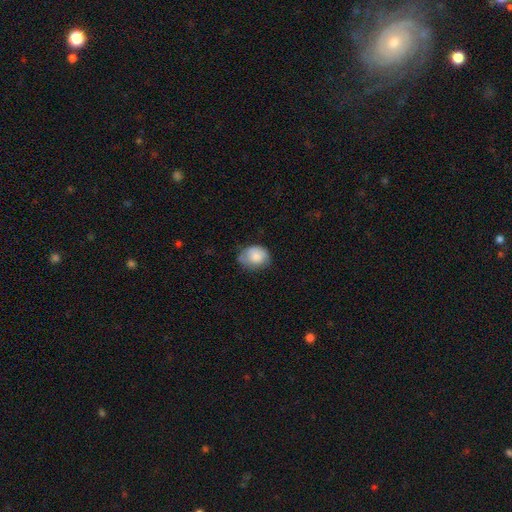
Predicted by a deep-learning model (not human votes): Q: Smooth or featured?
A: smooth (80%); runner-up: featured or disk (13%)
Q: How rounded?
A: round (56%); runner-up: in between (43%)
Q: Merging?
A: none (53%); runner-up: minor disturbance (36%)